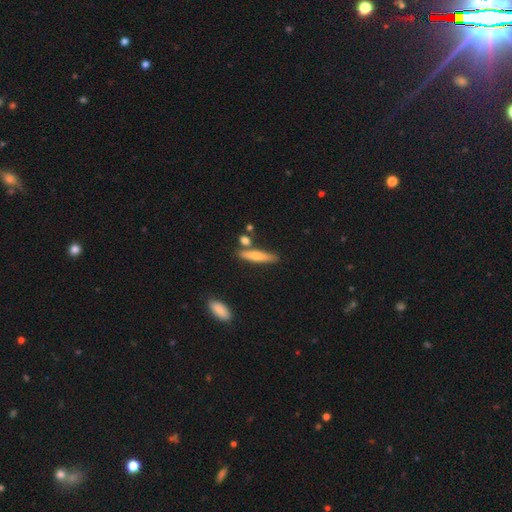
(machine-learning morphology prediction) This is likely a smooth galaxy (61%). How rounded: clearly cigar-shaped (84%). Merging: likely none (76%).